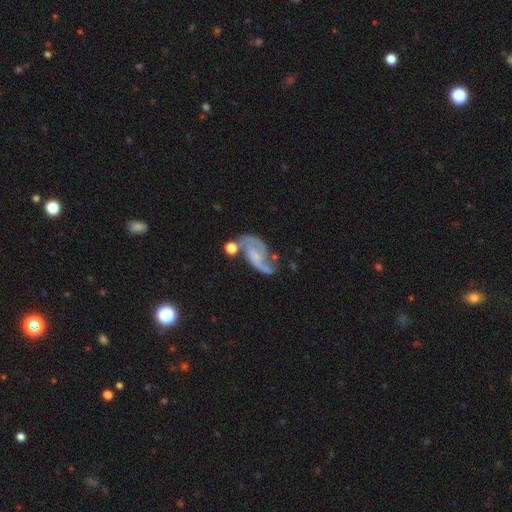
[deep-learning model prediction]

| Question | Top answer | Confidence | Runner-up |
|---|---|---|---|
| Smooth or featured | featured or disk | 82% | smooth (11%) |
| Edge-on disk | no | 97% | yes (3%) |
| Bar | no | 49% | weak (38%) |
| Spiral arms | yes | 93% | no (7%) |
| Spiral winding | medium | 44% | loose (40%) |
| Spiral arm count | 2 | 86% | 1 (6%) |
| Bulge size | small | 52% | none (31%) |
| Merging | none | 45% | minor disturbance (21%) |